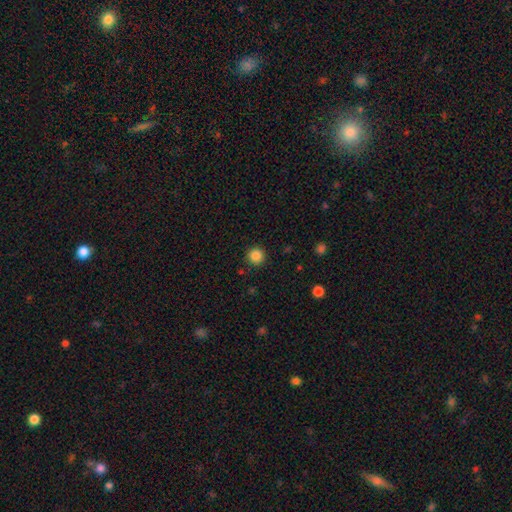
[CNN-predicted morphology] A smooth galaxy with no disk features (86%) that is round (95%).

Vote fractions:
- Smooth or featured? smooth: 86% / star or artifact: 11% / featured or disk: 3%
- How rounded? round: 95% / in between: 4% / cigar-shaped: 1%
- Merging? none: 91% / minor disturbance: 6% / major disturbance: 2% / merger: 1%